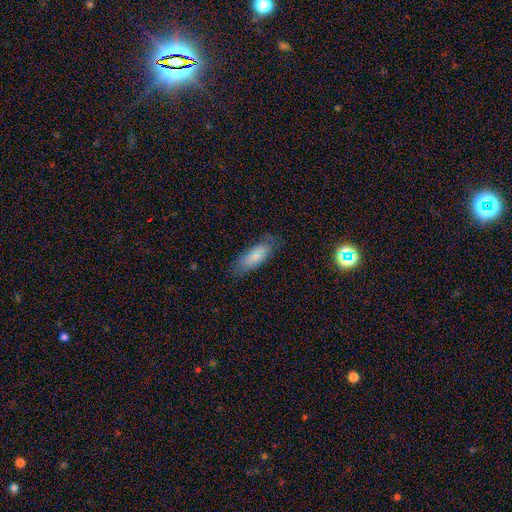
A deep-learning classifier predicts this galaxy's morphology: Q: Smooth or featured?
A: smooth (74%); runner-up: featured or disk (18%)
Q: How rounded?
A: in between (69%); runner-up: cigar-shaped (29%)
Q: Merging?
A: none (75%); runner-up: minor disturbance (18%)